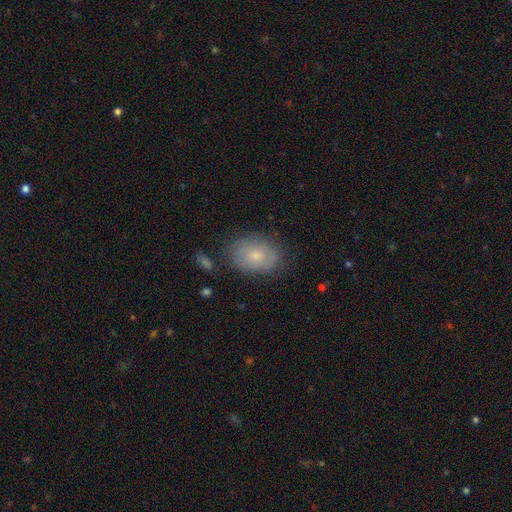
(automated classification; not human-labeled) This appears to be a smooth galaxy with no disk features (71%) that is in between round and cigar-shaped (76%). Merging: none (76%).